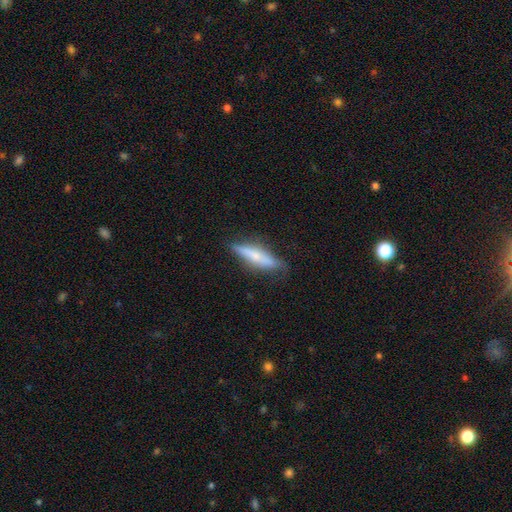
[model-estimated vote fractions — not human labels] Overall: smooth (53%; featured or disk 41%). How rounded: cigar-shaped (81%). Merging: none (78%).